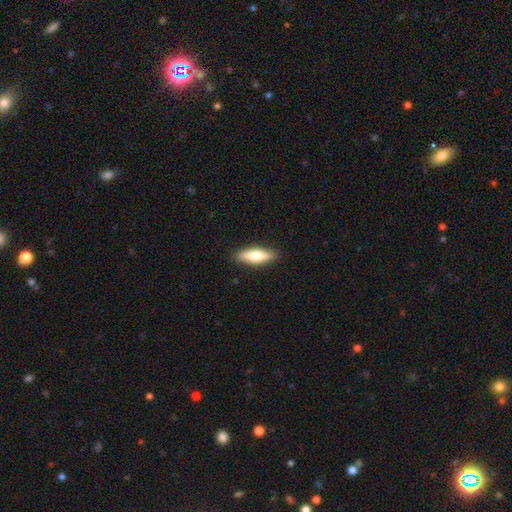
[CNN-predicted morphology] Q: Smooth or featured?
A: smooth (64%); runner-up: featured or disk (30%)
Q: How rounded?
A: in between (49%); runner-up: cigar-shaped (48%)
Q: Merging?
A: none (90%); runner-up: minor disturbance (8%)